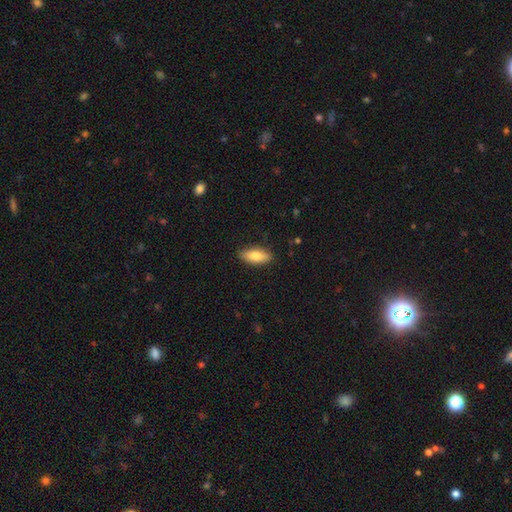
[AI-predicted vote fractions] A smooth galaxy with no disk features (81%) that is in between round and cigar-shaped (78%). Merging: none (87%).